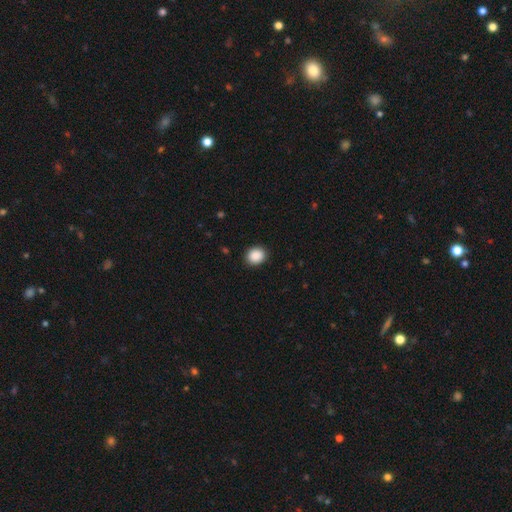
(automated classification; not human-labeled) Smooth or featured: smooth — 90% (star or artifact — 8%)
How rounded: round — 65% (in between — 34%)
Merging: none — 90% (minor disturbance — 7%)